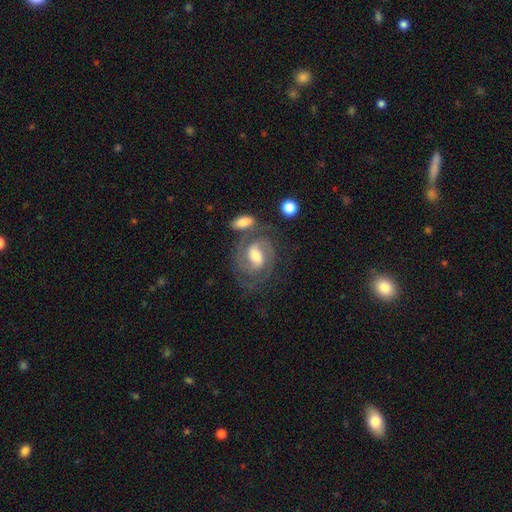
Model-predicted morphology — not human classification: smooth_or_featured: featured or disk (p=0.81) [alt: smooth p=0.13]
disk_edge_on: no (p=0.97) [alt: yes p=0.03]
bar: weak (p=0.51) [alt: strong p=0.27]
has_spiral_arms: yes (p=0.95) [alt: no p=0.05]
spiral_winding: tight (p=0.46) [alt: medium p=0.45]
spiral_arm_count: 2 (p=0.79) [alt: can't tell p=0.08]
bulge_size: moderate (p=0.58) [alt: large p=0.22]
merging: none (p=0.60) [alt: minor disturbance p=0.15]